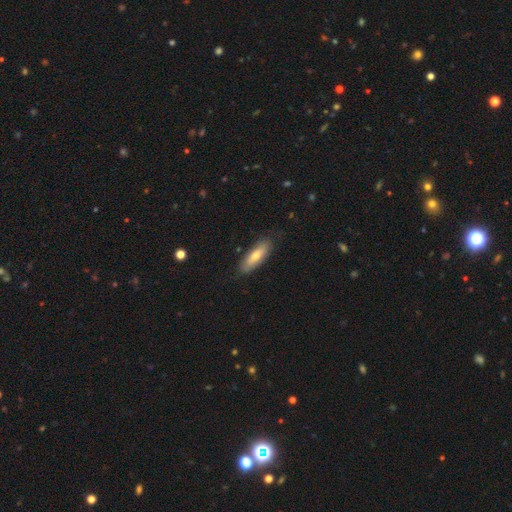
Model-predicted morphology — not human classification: Smooth or featured? Predicted: smooth (p=0.66). How rounded? Predicted: in between (p=0.57). Merging? Predicted: none (p=0.83).